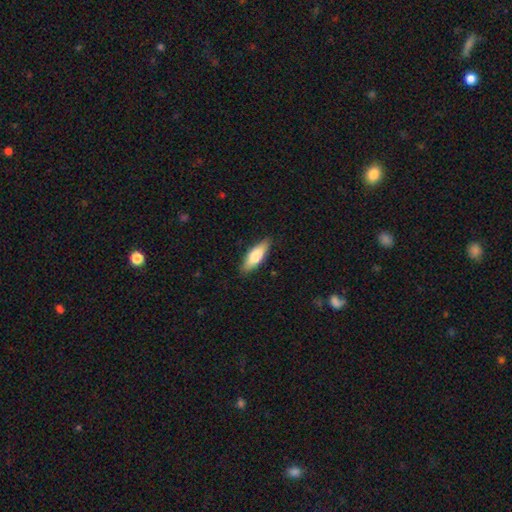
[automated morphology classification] Q: Smooth or featured?
A: smooth (71%); runner-up: featured or disk (24%)
Q: How rounded?
A: in between (58%); runner-up: cigar-shaped (40%)
Q: Merging?
A: none (87%); runner-up: minor disturbance (10%)